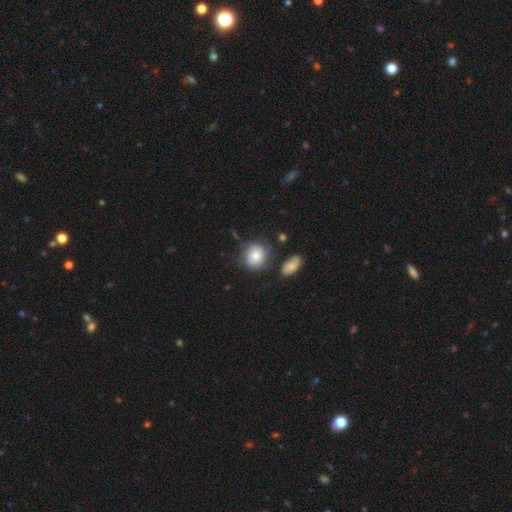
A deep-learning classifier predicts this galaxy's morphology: This is likely a smooth galaxy (74%). How rounded: likely round (75%). Merging: likely none (63%).